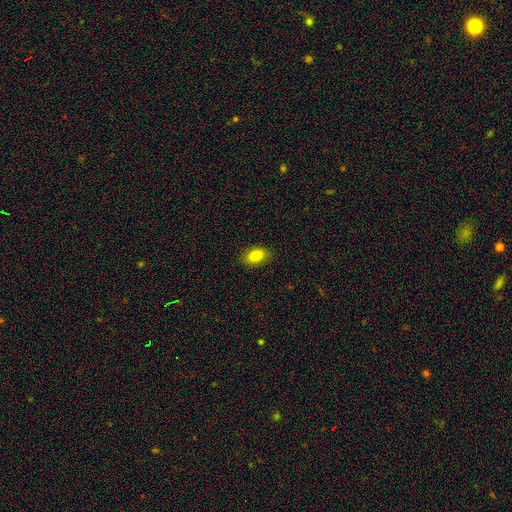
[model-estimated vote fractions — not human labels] This appears to be a smooth galaxy with no disk features (86%) that is in between round and cigar-shaped (89%). Merging: none (86%).